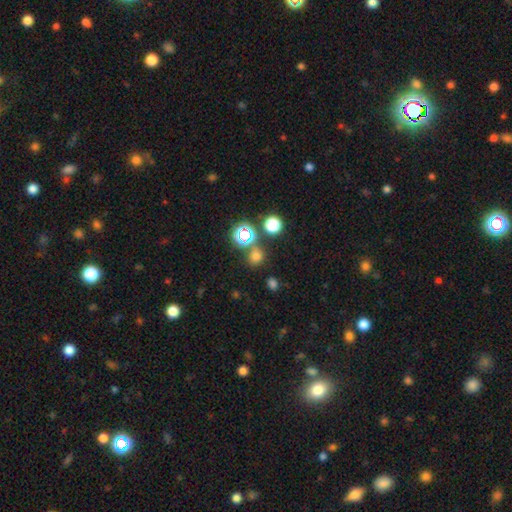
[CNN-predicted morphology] This appears to be a smooth galaxy with no disk features (63%) that is round (79%). Merging: none (73%).